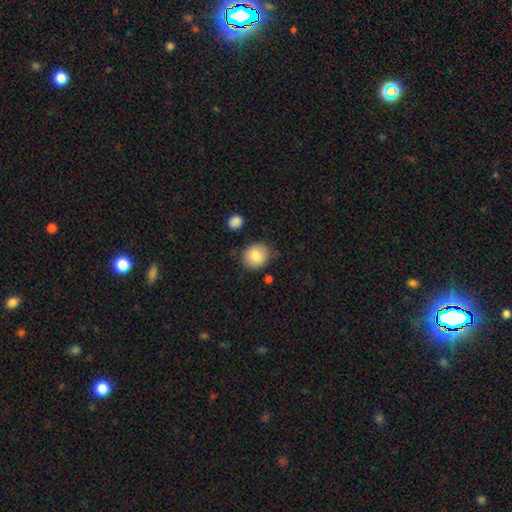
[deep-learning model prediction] The model was most divided on "how rounded": round: 72%, in between: 27%, cigar-shaped: 1%. More confident: smooth or featured — smooth (84%); merging — none (76%).